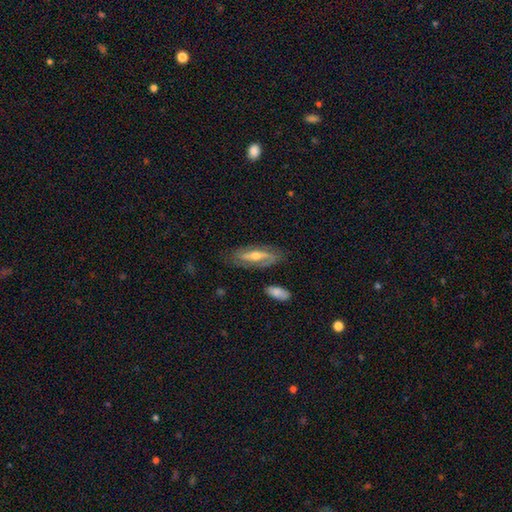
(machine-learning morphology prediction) type=featured or disk (72%); edge-on=no (79%); bar=strong (39%); spiral arms=yes (81%); bulge=moderate (60%); merging=none (76%).